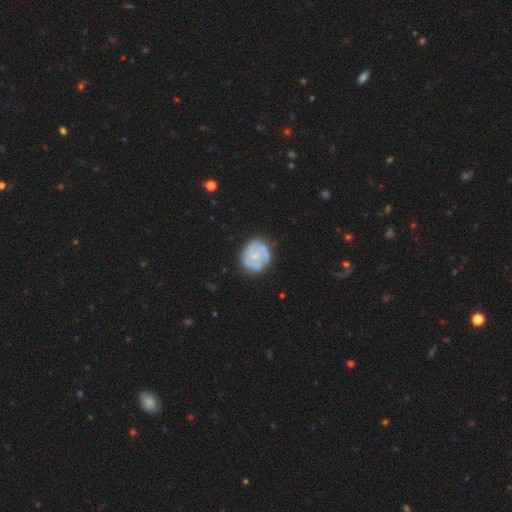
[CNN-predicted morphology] A featured or disk galaxy (71%) with no bar (72%), 2 (32%) tight (56%) spiral arms (81%) and a small central bulge (60%).

Vote fractions:
- Smooth or featured? featured or disk: 71% / smooth: 24% / star or artifact: 5%
- Edge-on disk? no: 98% / yes: 2%
- Bar? no: 72% / weak: 24% / strong: 4%
- Spiral arms? yes: 81% / no: 19%
- Spiral winding? tight: 56% / medium: 33% / loose: 11%
- Spiral arm count? 2: 32% / can't tell: 31% / 3: 22% / 1: 5% / 4: 5% / more than 4: 4%
- Bulge size? small: 60% / moderate: 27% / none: 11% / large: 2% / dominant: 1%
- Merging? none: 70% / minor disturbance: 20% / major disturbance: 8% / merger: 2%